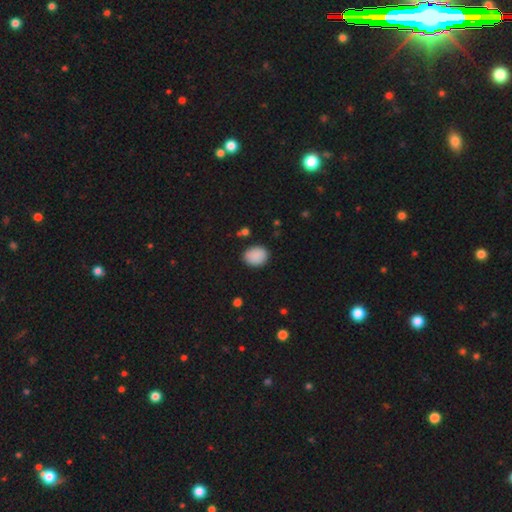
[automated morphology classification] This appears to be a smooth galaxy with no disk features (89%) that is round (53%). Merging: none (86%).